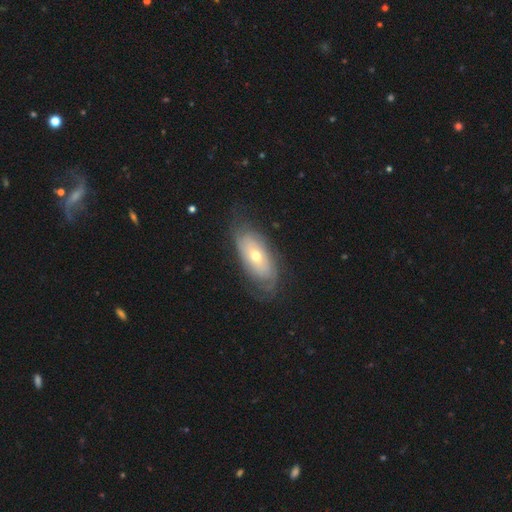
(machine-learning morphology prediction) Q: Smooth or featured?
A: featured or disk (63%); runner-up: smooth (30%)
Q: Edge-on disk?
A: no (87%); runner-up: yes (13%)
Q: Bar?
A: no (82%); runner-up: weak (14%)
Q: Spiral arms?
A: yes (69%); runner-up: no (31%)
Q: Bulge size?
A: moderate (49%); runner-up: small (46%)
Q: Merging?
A: none (68%); runner-up: minor disturbance (20%)